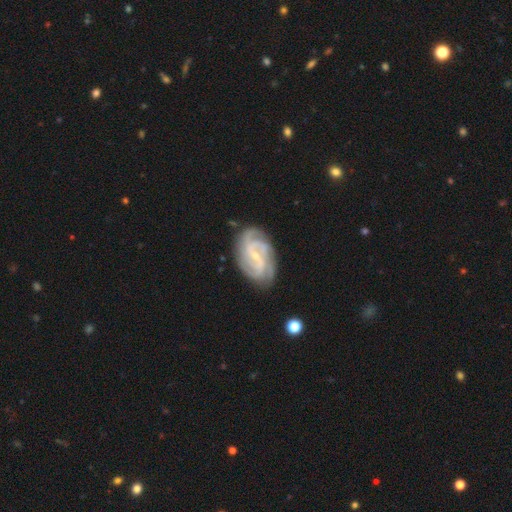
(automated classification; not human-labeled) Q: Smooth or featured?
A: featured or disk (89%); runner-up: smooth (6%)
Q: Edge-on disk?
A: no (97%); runner-up: yes (3%)
Q: Bar?
A: weak (48%); runner-up: no (32%)
Q: Spiral arms?
A: yes (98%); runner-up: no (2%)
Q: Spiral winding?
A: tight (53%); runner-up: medium (39%)
Q: Spiral arm count?
A: 3 (31%); runner-up: 2 (23%)
Q: Bulge size?
A: small (75%); runner-up: moderate (20%)
Q: Merging?
A: none (78%); runner-up: minor disturbance (16%)